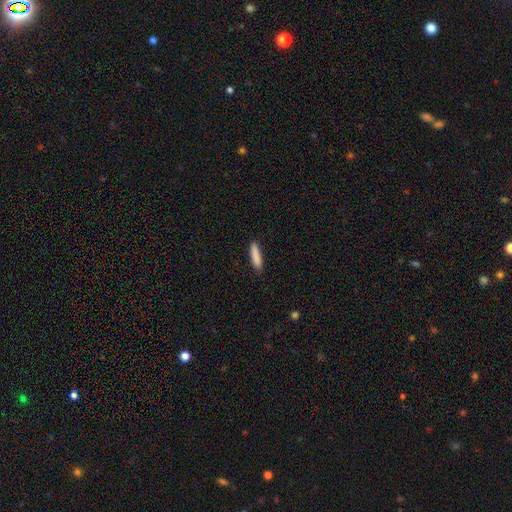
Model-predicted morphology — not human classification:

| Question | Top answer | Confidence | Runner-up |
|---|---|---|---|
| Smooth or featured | smooth | 88% | star or artifact (6%) |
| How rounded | cigar-shaped | 79% | in between (20%) |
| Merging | none | 88% | minor disturbance (9%) |